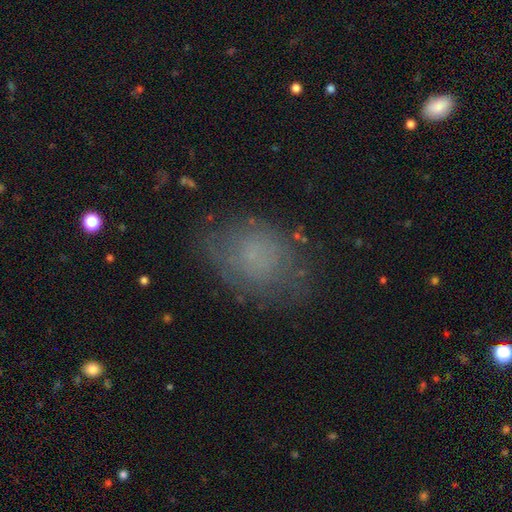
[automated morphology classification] This is likely a smooth galaxy (60%). How rounded: likely in between (68%). Merging: likely none (69%).